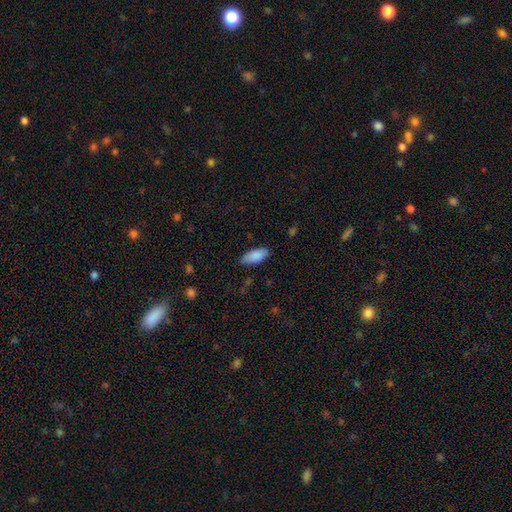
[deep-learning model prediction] smooth 88%, star or artifact 6%, featured or disk 6%. Down the decision tree: how rounded — in between (85%); merging — none (83%).